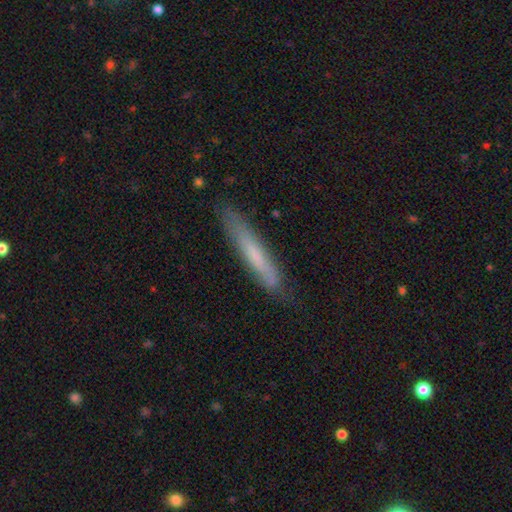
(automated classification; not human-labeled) A smooth galaxy with no disk features (60%) that is cigar-shaped (93%).

Vote fractions:
- Smooth or featured? smooth: 60% / featured or disk: 33% / star or artifact: 7%
- How rounded? cigar-shaped: 93% / in between: 6% / round: 1%
- Merging? none: 78% / minor disturbance: 17% / major disturbance: 3% / merger: 2%